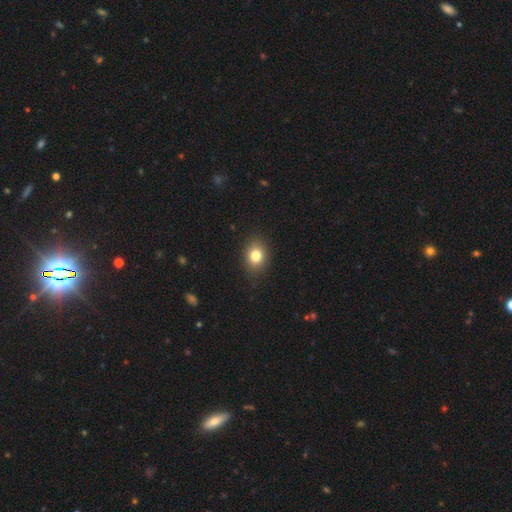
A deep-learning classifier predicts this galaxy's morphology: Smooth or featured: smooth — 81% (star or artifact — 11%)
How rounded: in between — 55% (round — 44%)
Merging: none — 87% (minor disturbance — 9%)